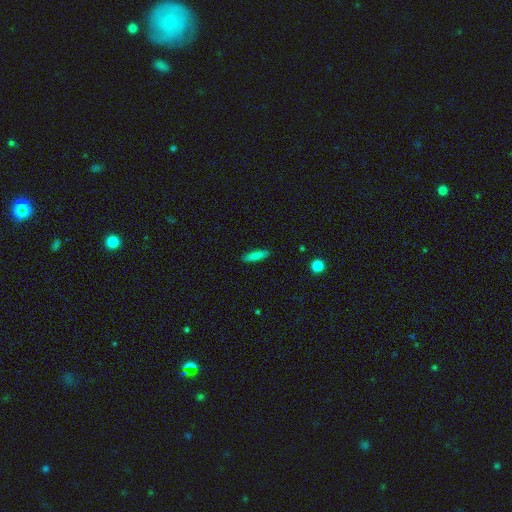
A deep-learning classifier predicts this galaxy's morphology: Overall: smooth (82%). How rounded: cigar-shaped (79%). Merging: none (89%).